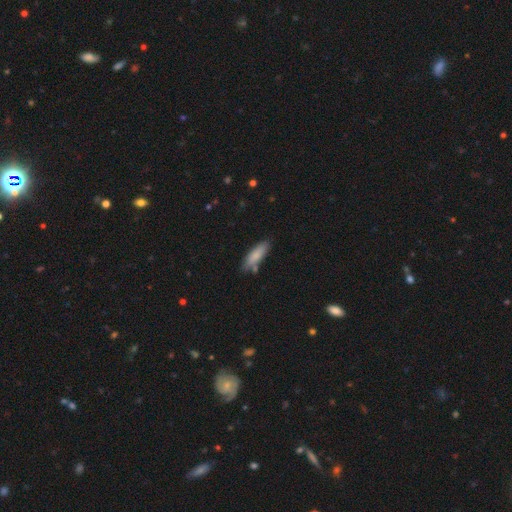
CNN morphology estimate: smooth_or_featured: smooth (p=0.83) [alt: featured or disk p=0.11]
how_rounded: cigar-shaped (p=0.50) [alt: in between p=0.48]
merging: none (p=0.76) [alt: minor disturbance p=0.16]